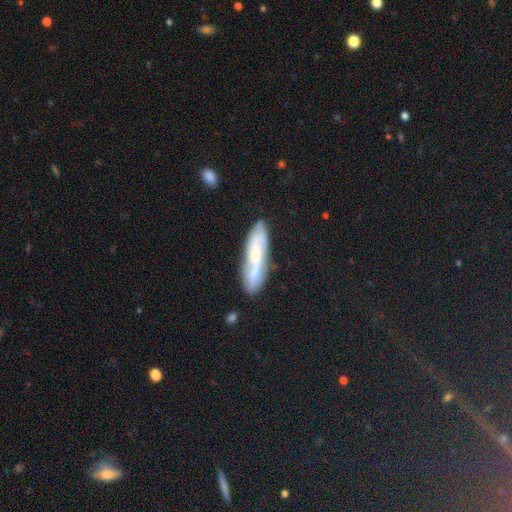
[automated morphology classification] The model was most divided on "smooth or featured": featured or disk: 58%, smooth: 34%, star or artifact: 8%. More confident: merging — none (77%); edge-on disk — no (67%).